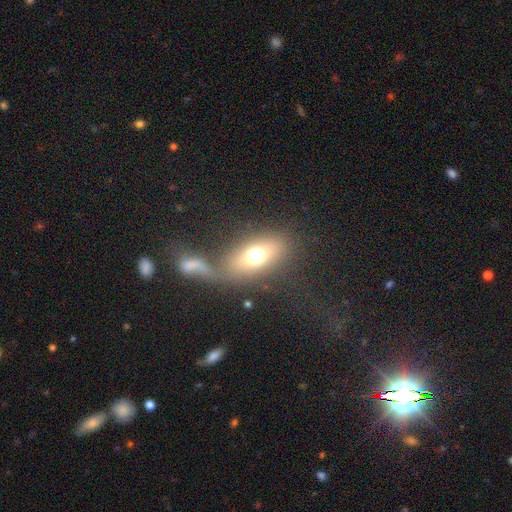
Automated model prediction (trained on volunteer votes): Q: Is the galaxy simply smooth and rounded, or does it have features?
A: smooth — 63%.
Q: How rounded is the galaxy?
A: in between — 74%.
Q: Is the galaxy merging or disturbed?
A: none — 46%.